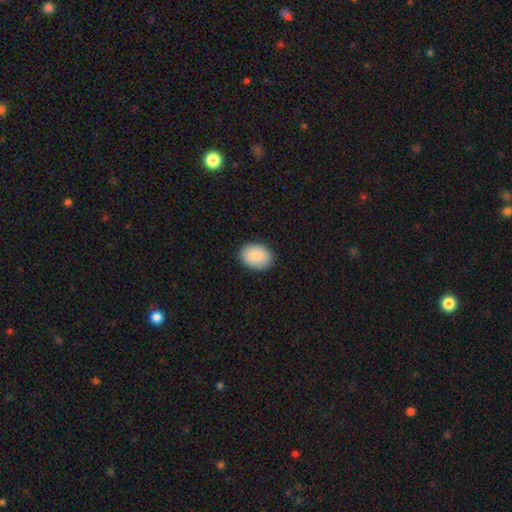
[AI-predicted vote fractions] Smooth or featured?
  - smooth: 90% *
  - star or artifact: 6%
  - featured or disk: 4%
How rounded?
  - in between: 74% *
  - round: 25%
  - cigar-shaped: 1%
Merging?
  - none: 88% *
  - minor disturbance: 9%
  - major disturbance: 2%
  - merger: 1%